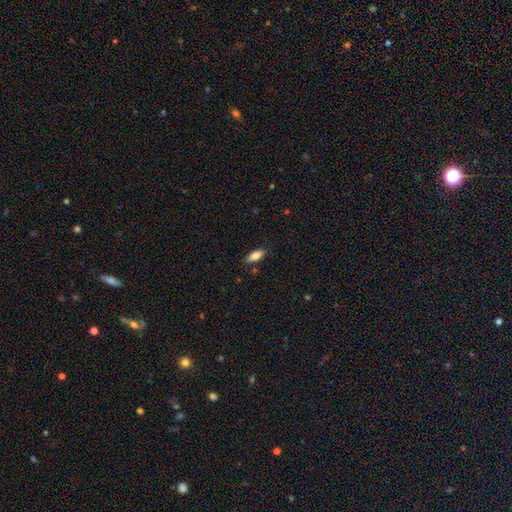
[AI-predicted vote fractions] smooth-or-featured: smooth: 81% | featured or disk: 12% | star or artifact: 7%
  how-rounded: in between: 77% | cigar-shaped: 20% | round: 3%
  merging: none: 78% | minor disturbance: 17% | major disturbance: 3% | merger: 2%